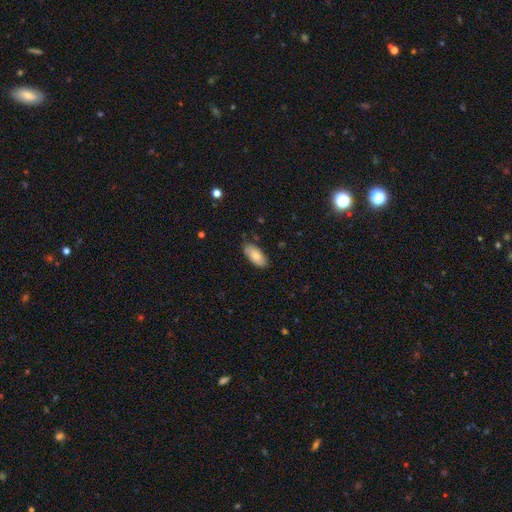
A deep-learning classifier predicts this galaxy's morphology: Smooth or featured: smooth — 81% (featured or disk — 13%)
How rounded: in between — 90% (cigar-shaped — 8%)
Merging: none — 80% (minor disturbance — 16%)